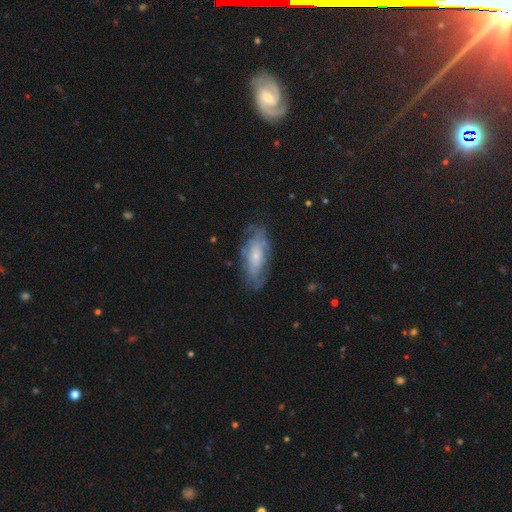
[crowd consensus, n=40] This appears to be a featured or disk galaxy (50%) with no bar (72%), no spiral arms (56%) and a moderate central bulge (44%). Merging: none (72%).